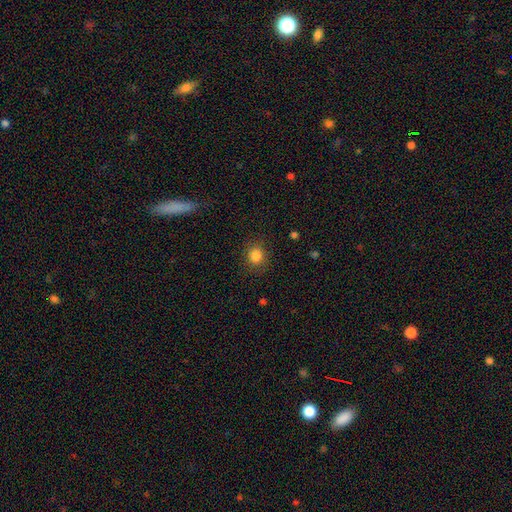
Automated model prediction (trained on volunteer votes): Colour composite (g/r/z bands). It shows a smooth galaxy with no disk features (85%) that is round (82%). Merging: none (87%).